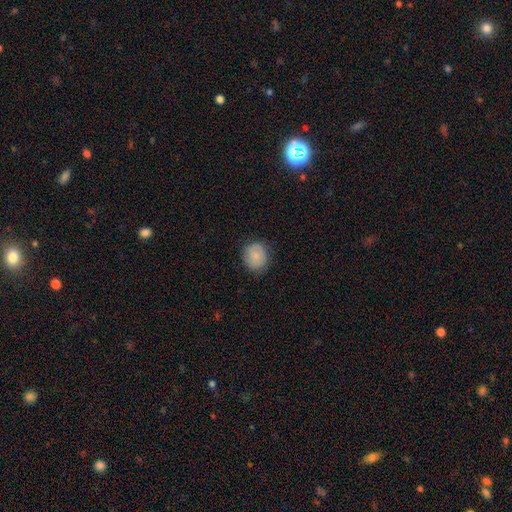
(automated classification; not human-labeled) Overall: smooth (82%). How rounded: round (81%). Merging: none (83%).